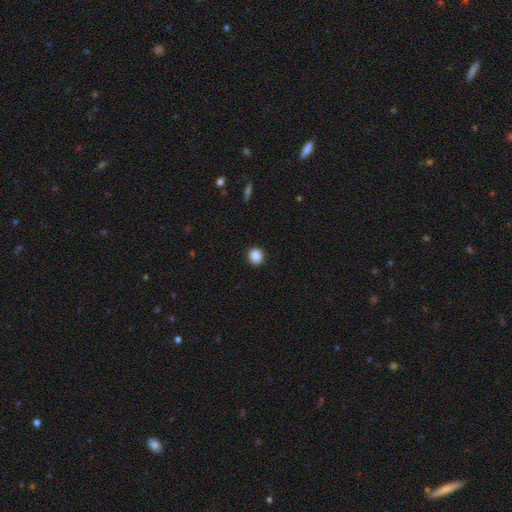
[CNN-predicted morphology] Smooth or featured? Predicted: smooth (p=0.88). How rounded? Predicted: round (p=0.85). Merging? Predicted: none (p=0.91).